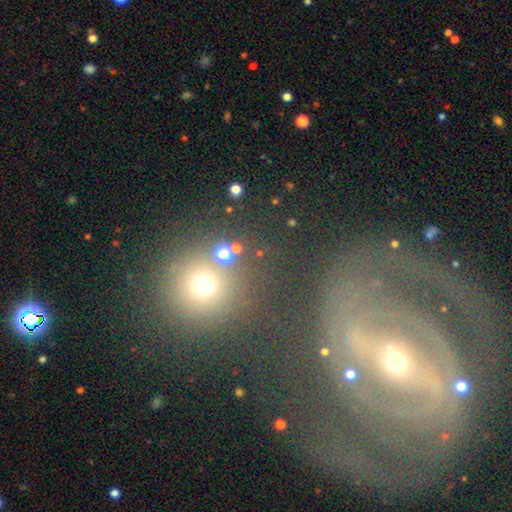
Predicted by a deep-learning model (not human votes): The model was most divided on "smooth or featured": featured or disk: 52%, smooth: 33%, star or artifact: 15%. More confident: edge-on disk — no (93%); merging — none (67%).